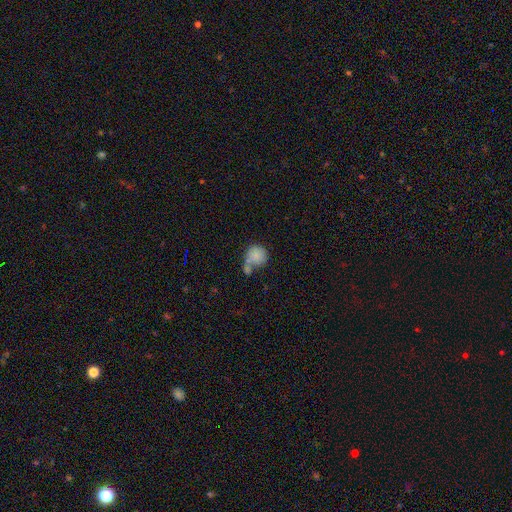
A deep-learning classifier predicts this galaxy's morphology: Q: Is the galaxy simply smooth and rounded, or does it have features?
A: smooth — 83%.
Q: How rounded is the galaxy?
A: round — 84%.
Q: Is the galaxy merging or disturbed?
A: none — 39%, tied with merger.